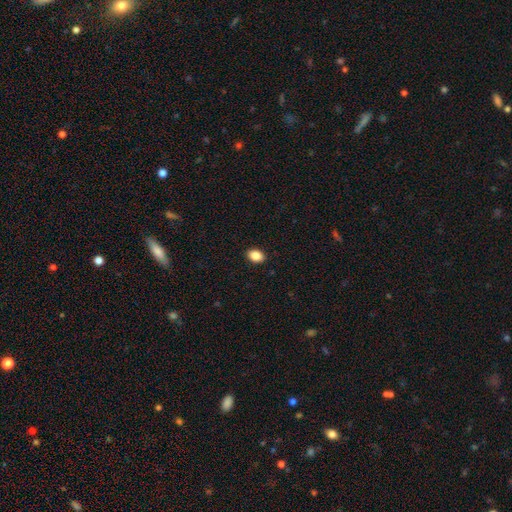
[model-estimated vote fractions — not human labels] Smooth or featured? Predicted: smooth (p=0.87). How rounded? Predicted: in between (p=0.80). Merging? Predicted: none (p=0.90).